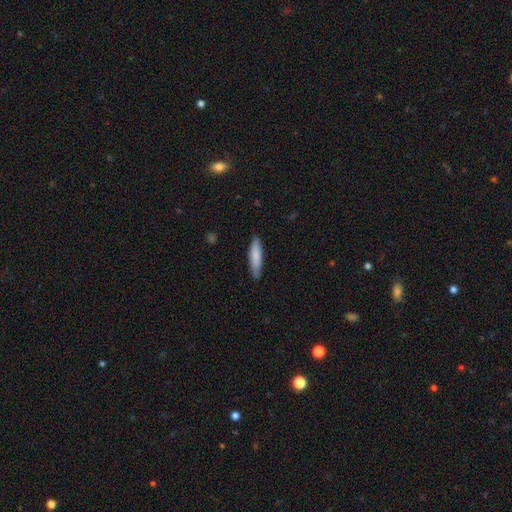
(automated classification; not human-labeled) Smooth or featured? Predicted: smooth (p=0.82). How rounded? Predicted: cigar-shaped (p=0.76). Merging? Predicted: none (p=0.85).